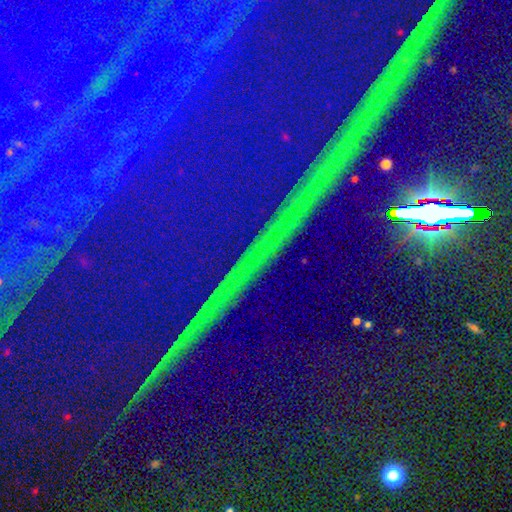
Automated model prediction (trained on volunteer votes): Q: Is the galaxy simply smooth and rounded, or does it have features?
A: star or artifact — 90%.